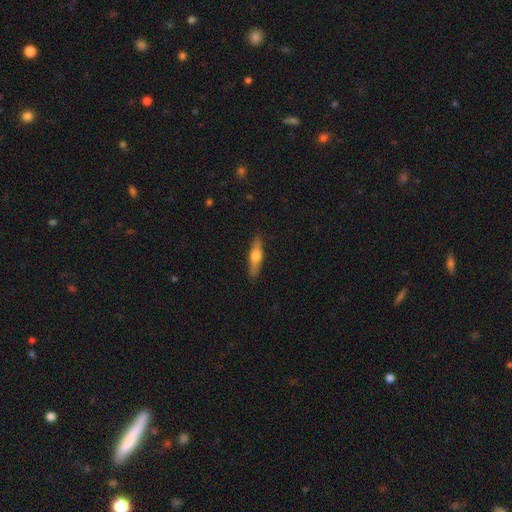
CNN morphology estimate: Smooth or featured: smooth — 48% (featured or disk — 46%)
Merging: none — 89% (minor disturbance — 9%)